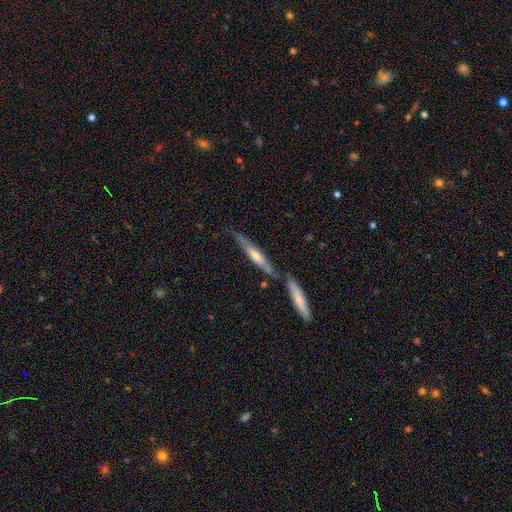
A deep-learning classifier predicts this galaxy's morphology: smooth_or_featured: featured or disk (p=0.59) [alt: smooth p=0.34]
disk_edge_on: yes (p=0.84) [alt: no p=0.16]
merging: none (p=0.60) [alt: merger p=0.20]